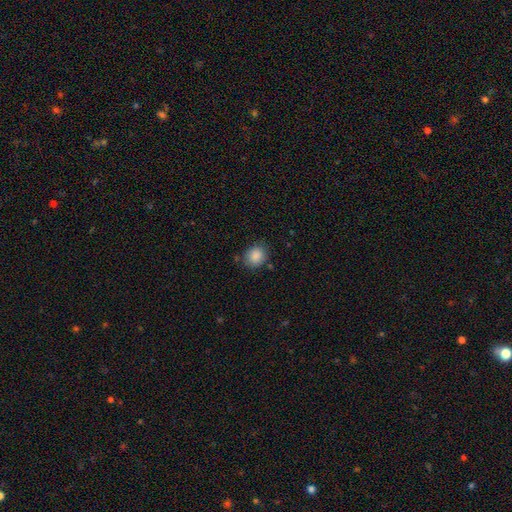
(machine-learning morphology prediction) The model was most divided on "how rounded": round: 66%, in between: 34%, cigar-shaped: 1%. More confident: smooth or featured — smooth (87%); merging — none (78%).